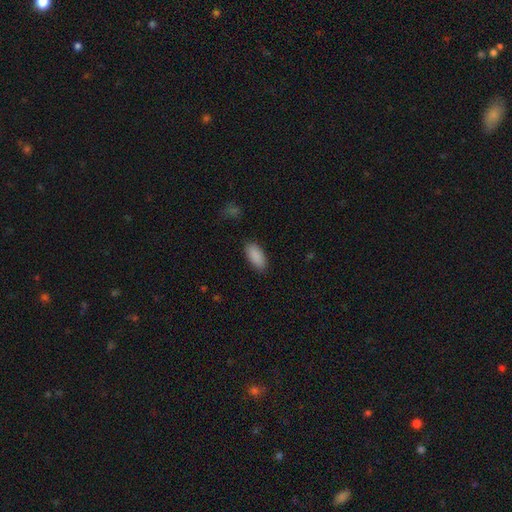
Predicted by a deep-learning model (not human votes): Smooth or featured? smooth (90%)
How rounded? in between (90%)
Merging? none (86%)